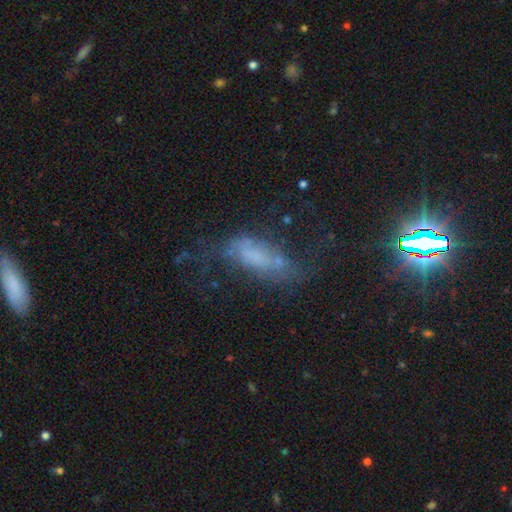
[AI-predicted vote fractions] Morphology: type=featured or disk (41%); merging=none (36%).